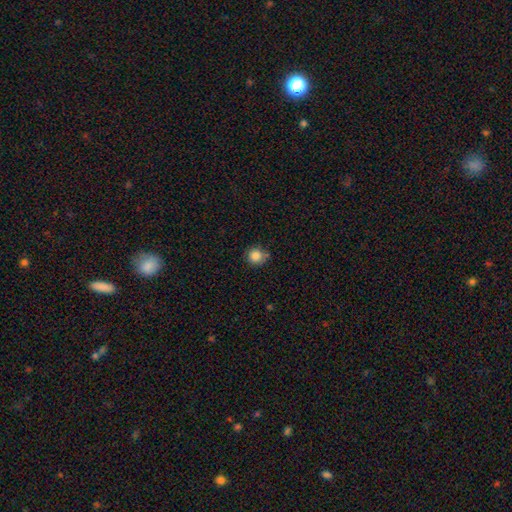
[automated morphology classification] Smooth or featured?
  - smooth: 85% *
  - star or artifact: 10%
  - featured or disk: 5%
How rounded?
  - round: 92% *
  - in between: 8%
  - cigar-shaped: 1%
Merging?
  - none: 75% *
  - minor disturbance: 16%
  - merger: 6%
  - major disturbance: 3%